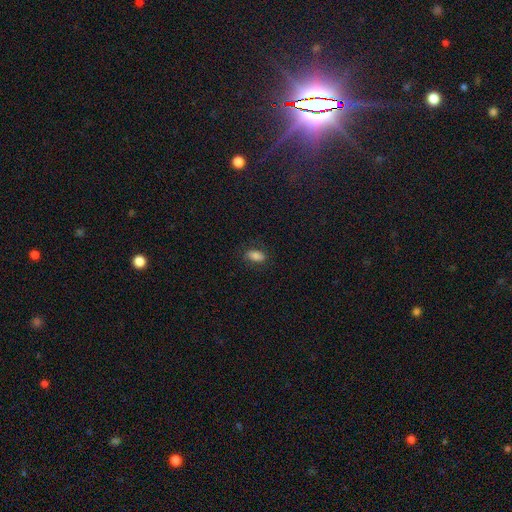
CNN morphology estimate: Smooth or featured? smooth (81%)
How rounded? in between (90%)
Merging? none (81%)